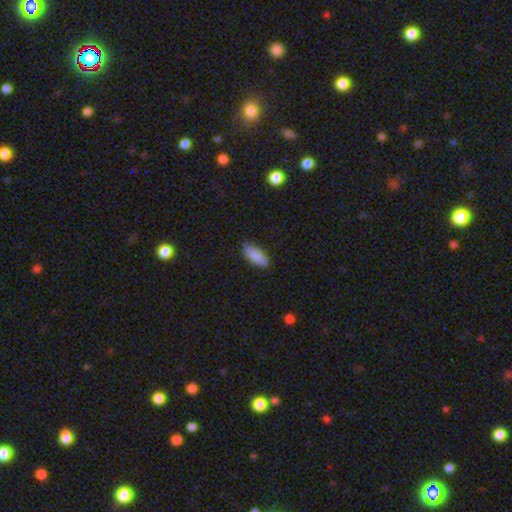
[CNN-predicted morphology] smooth_or_featured: smooth (p=0.87) [alt: featured or disk p=0.07]
how_rounded: in between (p=0.80) [alt: cigar-shaped p=0.19]
merging: none (p=0.84) [alt: minor disturbance p=0.13]